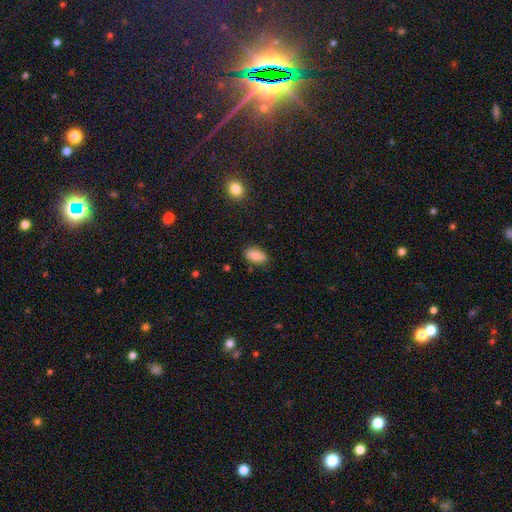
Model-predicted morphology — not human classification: Smooth or featured?
  - smooth: 87% *
  - star or artifact: 8%
  - featured or disk: 5%
How rounded?
  - in between: 92% *
  - round: 4%
  - cigar-shaped: 3%
Merging?
  - none: 85% *
  - minor disturbance: 11%
  - major disturbance: 3%
  - merger: 1%